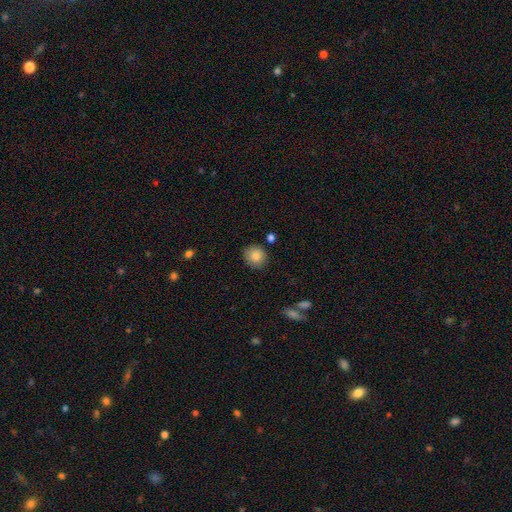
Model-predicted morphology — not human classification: Smooth or featured? smooth (86%)
How rounded? round (84%)
Merging? none (84%)